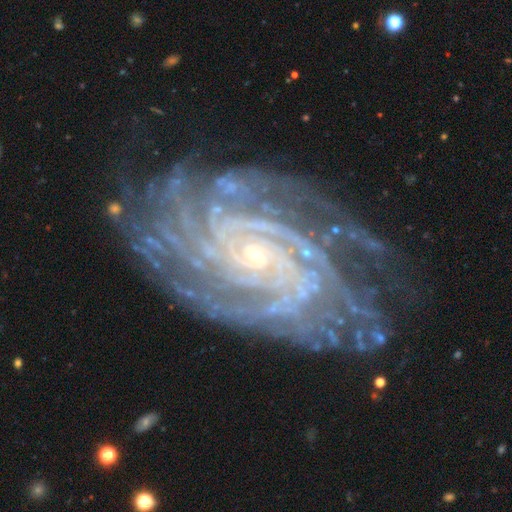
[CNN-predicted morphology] featured or disk 92%, star or artifact 5%, smooth 3%. Down the decision tree: edge-on disk — no (97%); bar — no (65%); spiral arms — yes (99%); spiral arm count — more than 4 (27%); spiral winding — tight (81%); bulge size — small (81%); merging — none (75%).